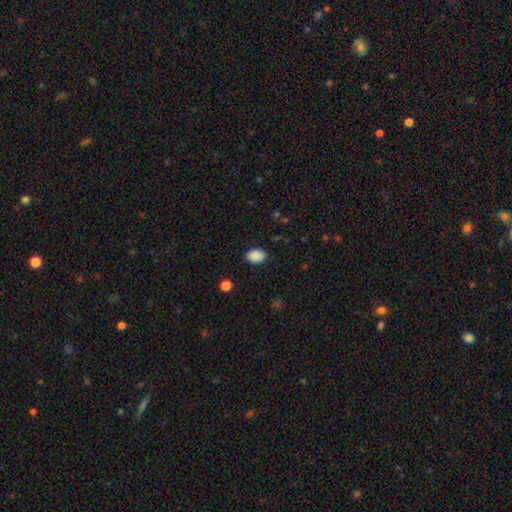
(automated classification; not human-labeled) Smooth or featured? Predicted: smooth (p=0.89). How rounded? Predicted: in between (p=0.84). Merging? Predicted: none (p=0.88).